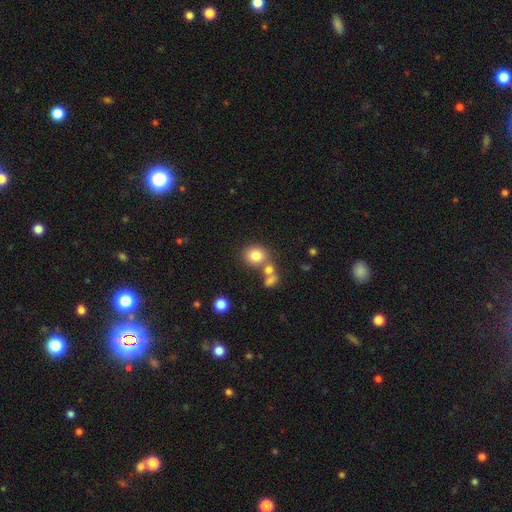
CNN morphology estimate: type=smooth (80%); roundness=round (75%); merging=none (61%).